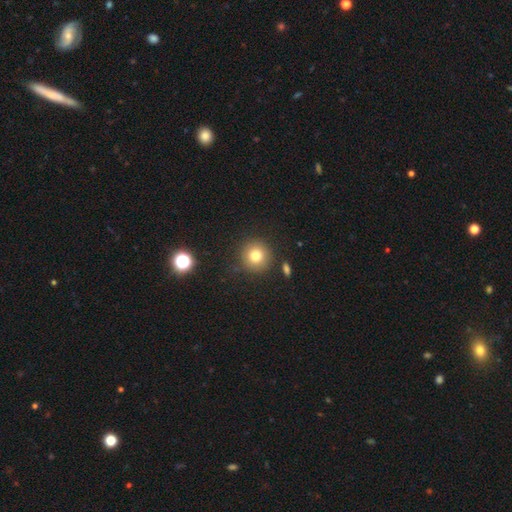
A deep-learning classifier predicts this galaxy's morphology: smooth-or-featured: smooth: 78% | star or artifact: 13% | featured or disk: 9%
  how-rounded: round: 94% | in between: 5% | cigar-shaped: 1%
  merging: none: 87% | minor disturbance: 8% | merger: 3% | major disturbance: 3%